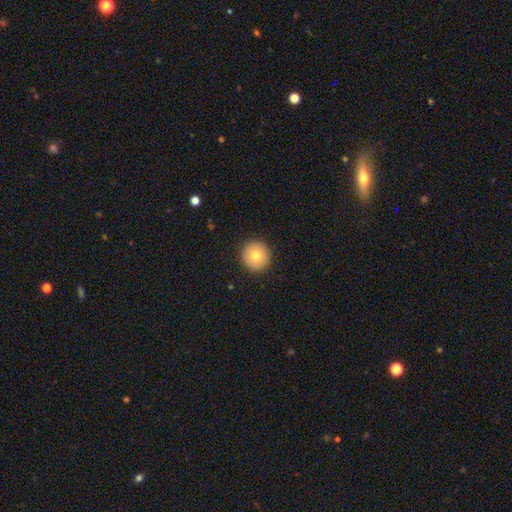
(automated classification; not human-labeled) This is likely a smooth galaxy (76%). How rounded: clearly round (96%). Merging: clearly none (93%).